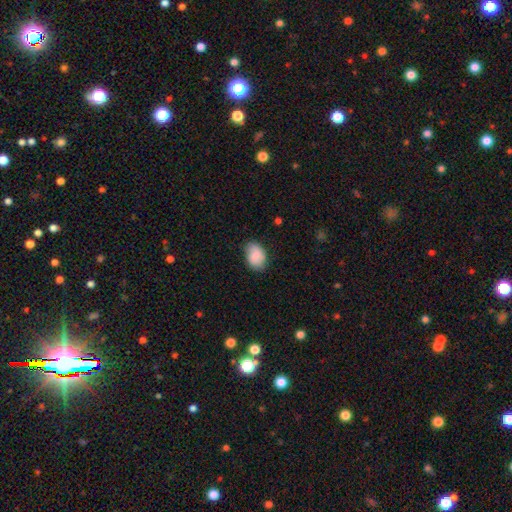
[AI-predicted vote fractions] Smooth or featured?
  - smooth: 83% *
  - featured or disk: 10%
  - star or artifact: 7%
How rounded?
  - in between: 82% *
  - round: 17%
  - cigar-shaped: 1%
Merging?
  - none: 75% *
  - minor disturbance: 20%
  - major disturbance: 4%
  - merger: 1%